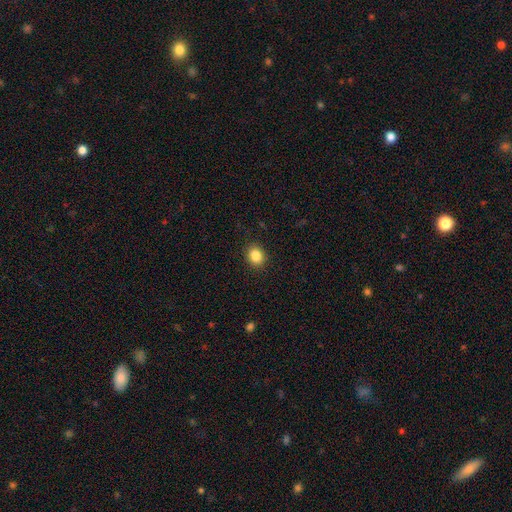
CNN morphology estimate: smooth_or_featured: smooth (p=0.86) [alt: star or artifact p=0.10]
how_rounded: round (p=0.58) [alt: in between p=0.41]
merging: none (p=0.91) [alt: minor disturbance p=0.06]